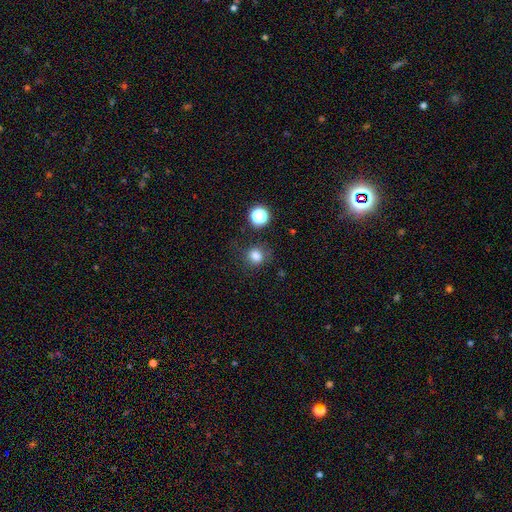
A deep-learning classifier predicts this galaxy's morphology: Smooth or featured: smooth — 80% (star or artifact — 14%)
How rounded: round — 82% (in between — 17%)
Merging: none — 78% (minor disturbance — 14%)